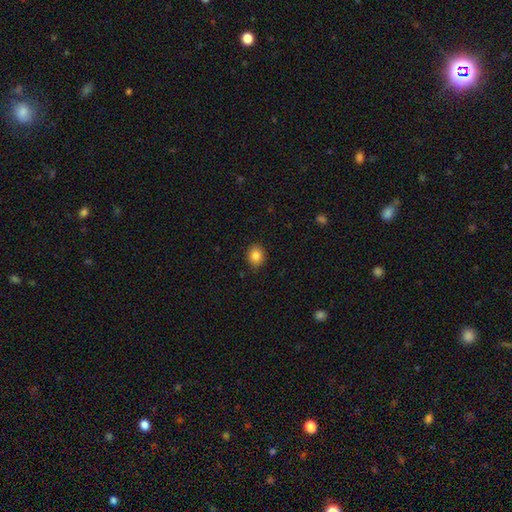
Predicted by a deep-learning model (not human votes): Overall: smooth (85%). How rounded: round (71%). Merging: none (90%).